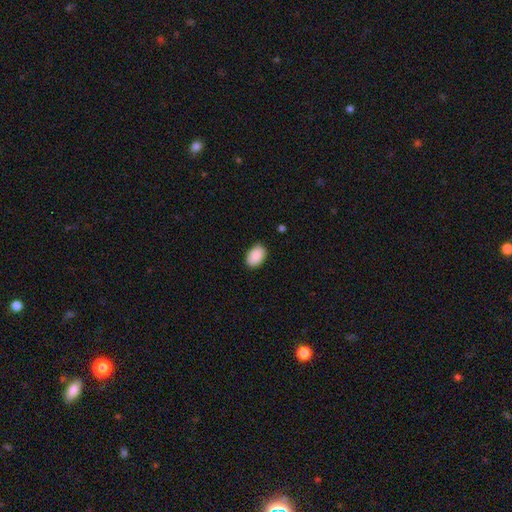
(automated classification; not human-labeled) Morphology: type=smooth (91%); roundness=in between (89%); merging=none (86%).